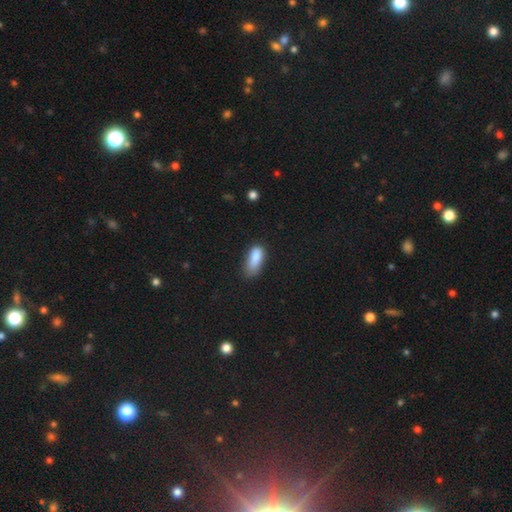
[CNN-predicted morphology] Smooth or featured?
  - smooth: 83% *
  - star or artifact: 9%
  - featured or disk: 8%
How rounded?
  - in between: 80% *
  - cigar-shaped: 17%
  - round: 3%
Merging?
  - none: 40% *
  - minor disturbance: 39%
  - major disturbance: 17%
  - merger: 4%